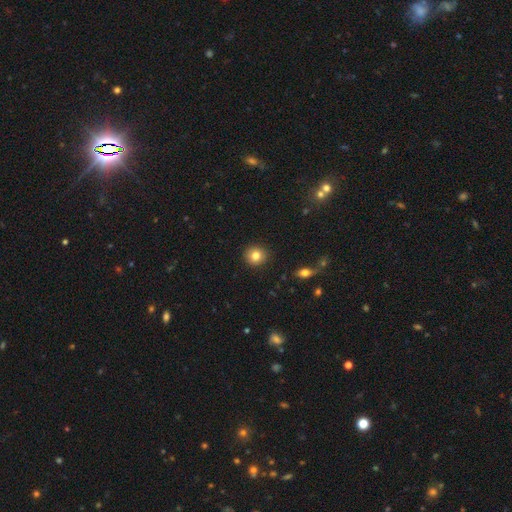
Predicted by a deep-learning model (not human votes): This appears to be a smooth galaxy with no disk features (82%) that is round (91%). Merging: none (92%).